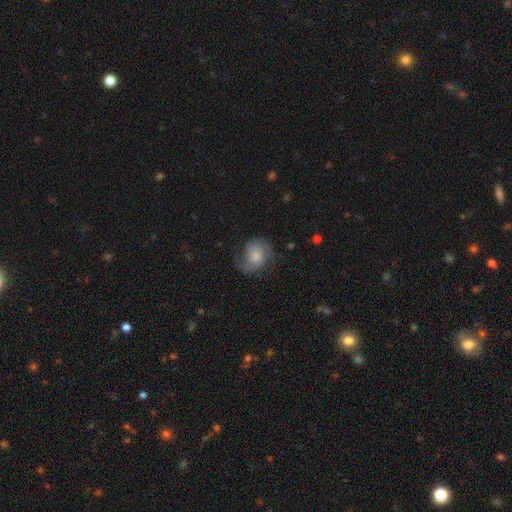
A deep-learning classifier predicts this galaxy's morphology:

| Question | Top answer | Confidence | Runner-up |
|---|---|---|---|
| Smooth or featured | featured or disk | 58% | smooth (34%) |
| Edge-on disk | no | 98% | yes (2%) |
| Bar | no | 72% | weak (24%) |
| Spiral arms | yes | 91% | no (9%) |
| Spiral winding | medium | 45% | loose (35%) |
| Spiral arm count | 2 | 82% | can't tell (7%) |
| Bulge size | moderate | 39% | small (32%) |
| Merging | none | 61% | minor disturbance (22%) |